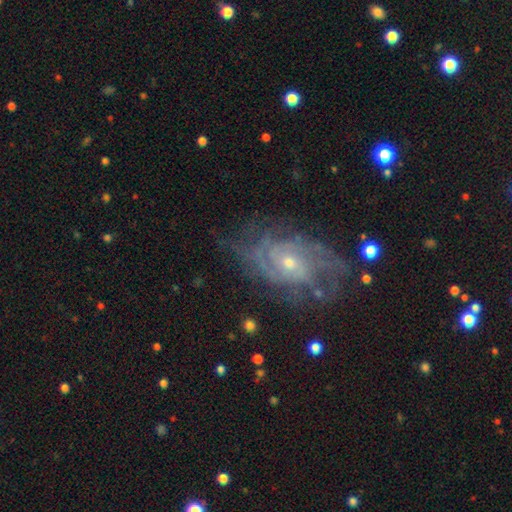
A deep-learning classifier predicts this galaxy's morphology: A featured or disk galaxy (85%) with no bar (70%), tight (59%) spiral arms (94%) and a small central bulge (61%). Merging: none (69%).